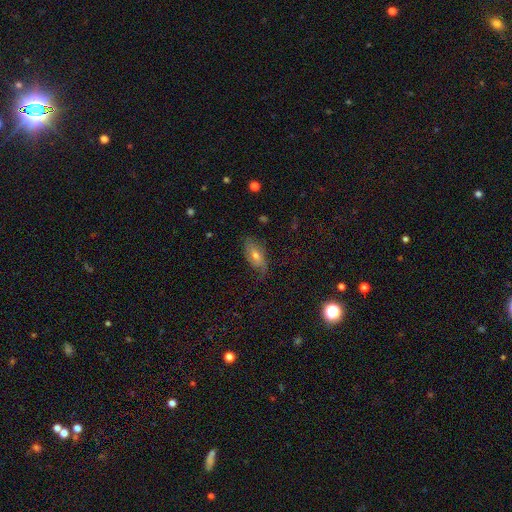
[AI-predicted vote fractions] Smooth or featured? featured or disk (49%)
Merging? none (61%)